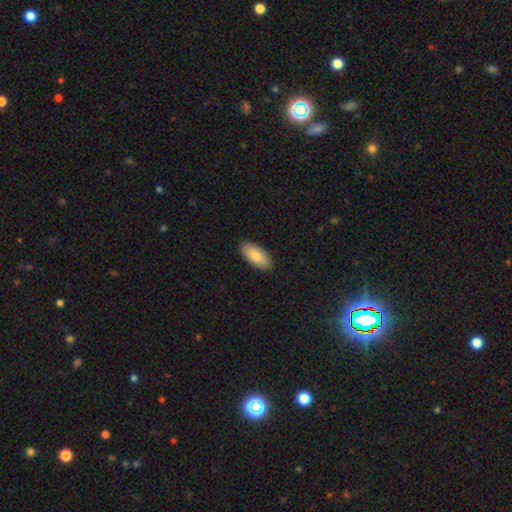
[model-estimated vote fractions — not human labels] Q: Smooth or featured?
A: smooth (83%); runner-up: featured or disk (11%)
Q: How rounded?
A: in between (93%); runner-up: cigar-shaped (5%)
Q: Merging?
A: none (88%); runner-up: minor disturbance (9%)